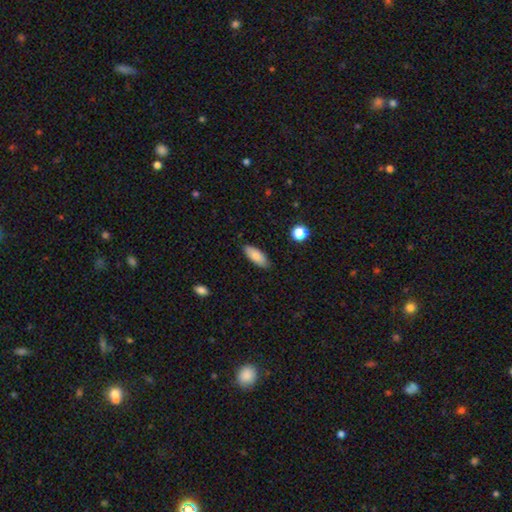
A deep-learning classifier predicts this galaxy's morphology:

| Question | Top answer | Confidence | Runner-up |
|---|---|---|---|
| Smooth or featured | smooth | 81% | featured or disk (12%) |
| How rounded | in between | 79% | cigar-shaped (19%) |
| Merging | none | 86% | minor disturbance (11%) |